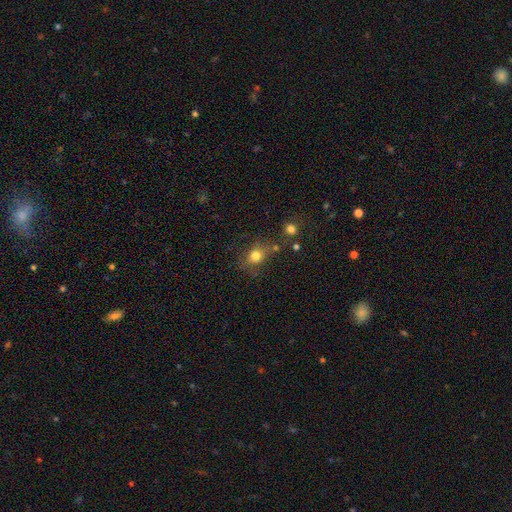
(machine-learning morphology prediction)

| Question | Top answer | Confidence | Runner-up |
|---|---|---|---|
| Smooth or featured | smooth | 77% | star or artifact (14%) |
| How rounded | round | 63% | in between (36%) |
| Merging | none | 57% | minor disturbance (19%) |